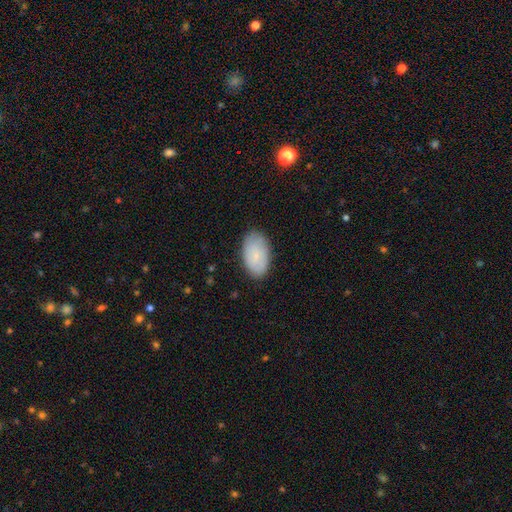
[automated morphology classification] This is likely a smooth galaxy (70%). How rounded: clearly in between (93%). Merging: clearly none (82%).